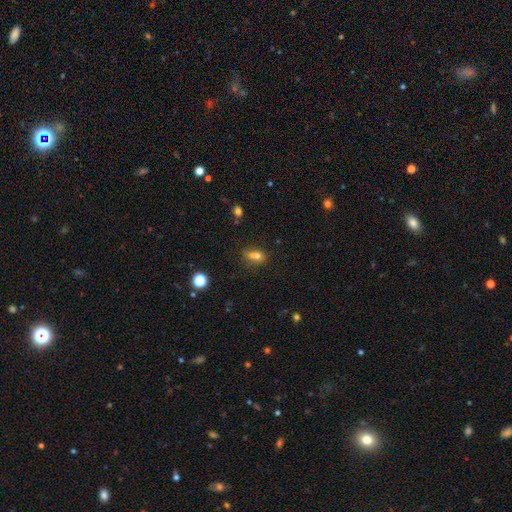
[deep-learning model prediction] Overall: smooth (68%). How rounded: in between (56%; round 41%). Merging: none (41%; merger 40%).